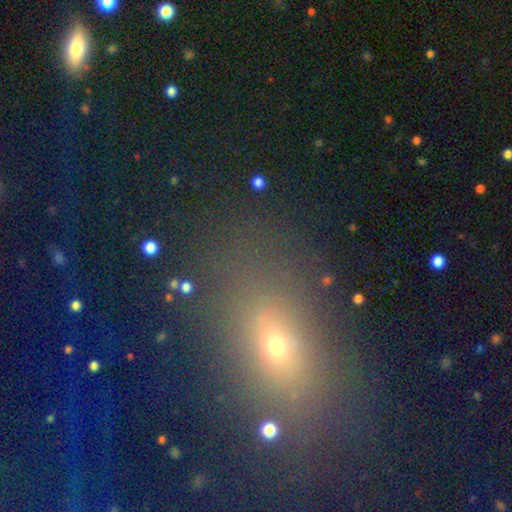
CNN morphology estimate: A smooth galaxy with no disk features (45%). Merging: none (78%).